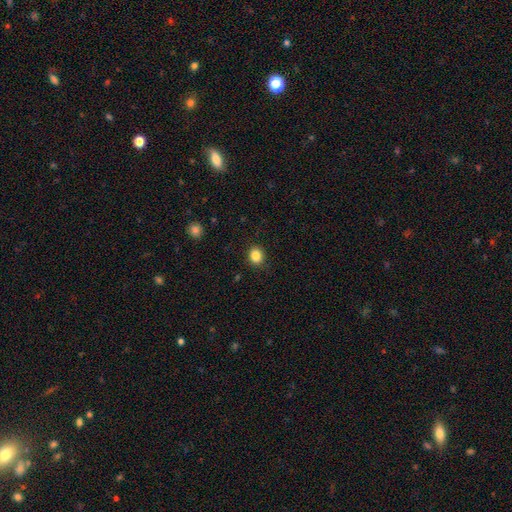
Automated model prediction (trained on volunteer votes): Morphology: type=smooth (85%); roundness=round (61%); merging=none (89%).